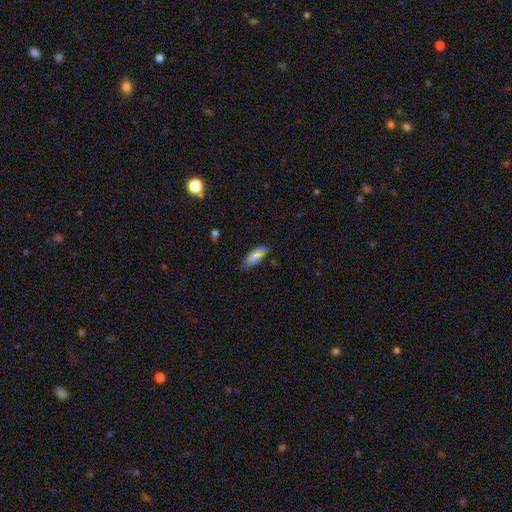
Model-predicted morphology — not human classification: Q: Smooth or featured?
A: smooth (69%); runner-up: featured or disk (17%)
Q: How rounded?
A: in between (71%); runner-up: cigar-shaped (25%)
Q: Merging?
A: none (68%); runner-up: minor disturbance (22%)